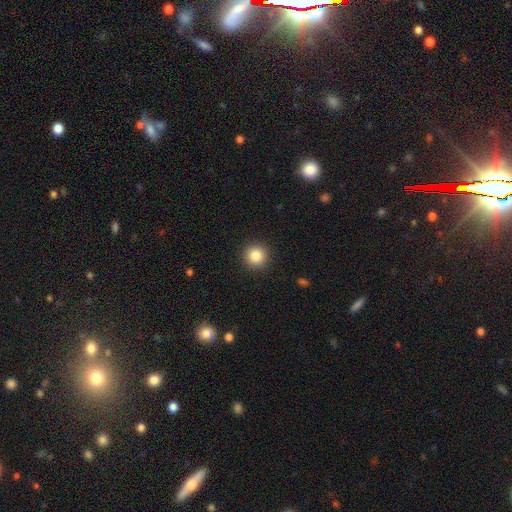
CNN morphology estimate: Smooth or featured: smooth — 86% (star or artifact — 10%)
How rounded: round — 95% (in between — 4%)
Merging: none — 92% (minor disturbance — 5%)